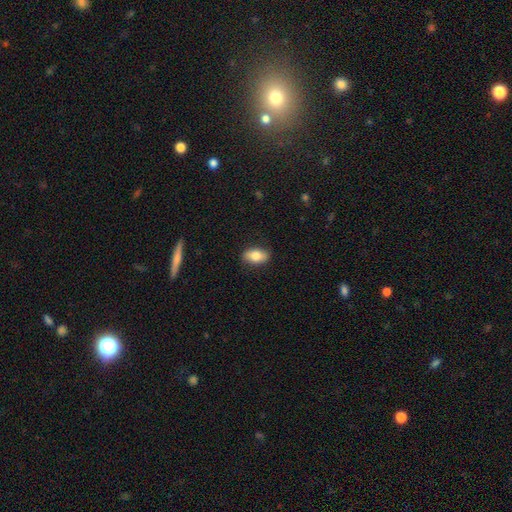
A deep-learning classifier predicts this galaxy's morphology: type=smooth (78%); roundness=in between (88%); merging=none (84%).